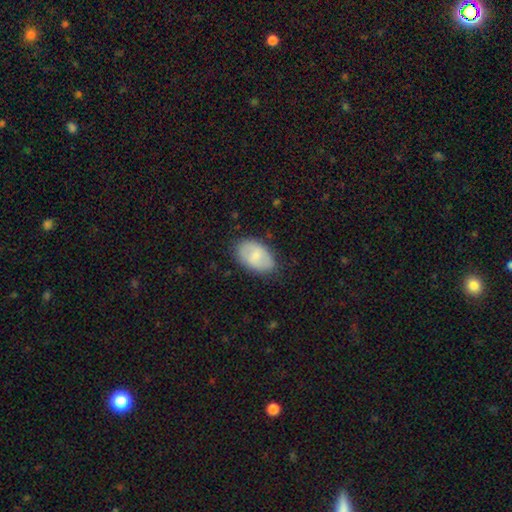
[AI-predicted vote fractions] Smooth or featured: smooth — 69% (featured or disk — 25%)
How rounded: in between — 91% (round — 8%)
Merging: none — 79% (minor disturbance — 16%)